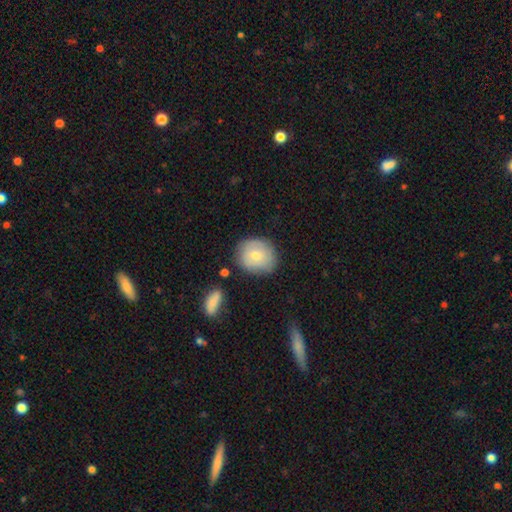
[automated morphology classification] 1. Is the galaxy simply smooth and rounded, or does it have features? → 68% smooth, 25% featured or disk, 7% star or artifact.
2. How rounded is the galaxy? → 74% round, 25% in between, 1% cigar-shaped.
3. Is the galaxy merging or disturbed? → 75% none, 17% minor disturbance, 4% major disturbance, 4% merger.